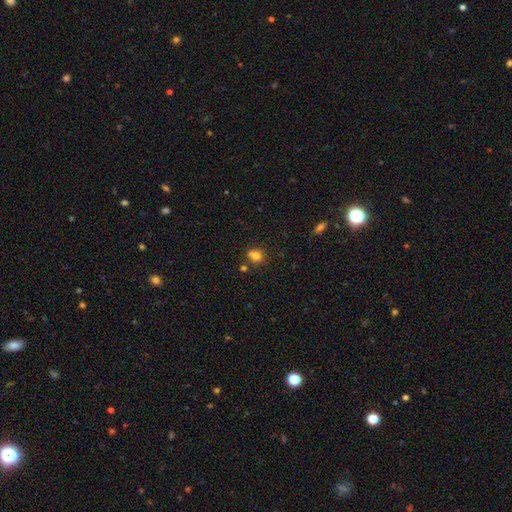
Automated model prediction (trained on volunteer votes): smooth 76%, star or artifact 14%, featured or disk 10%. Down the decision tree: how rounded — round (79%); merging — none (57%).